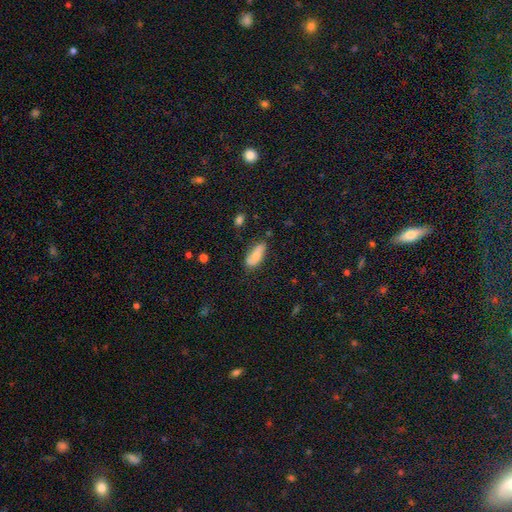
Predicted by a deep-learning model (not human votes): Smooth or featured: smooth — 66% (featured or disk — 27%)
How rounded: in between — 79% (cigar-shaped — 18%)
Merging: none — 70% (minor disturbance — 22%)